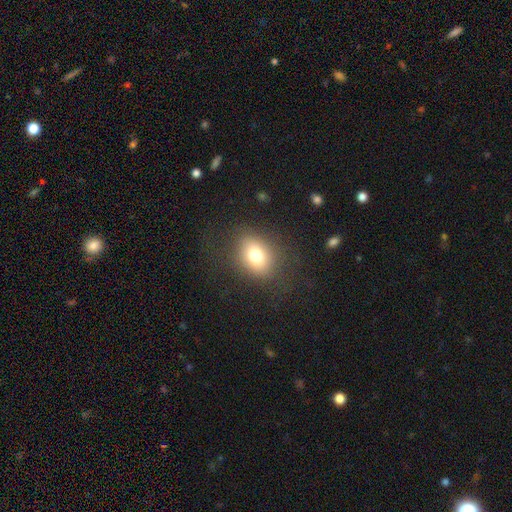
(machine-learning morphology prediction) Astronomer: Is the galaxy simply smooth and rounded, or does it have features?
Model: smooth — 76%.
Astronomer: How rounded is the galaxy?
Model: in between — 59% (runner-up: round, 40%).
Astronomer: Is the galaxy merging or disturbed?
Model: none — 78%.